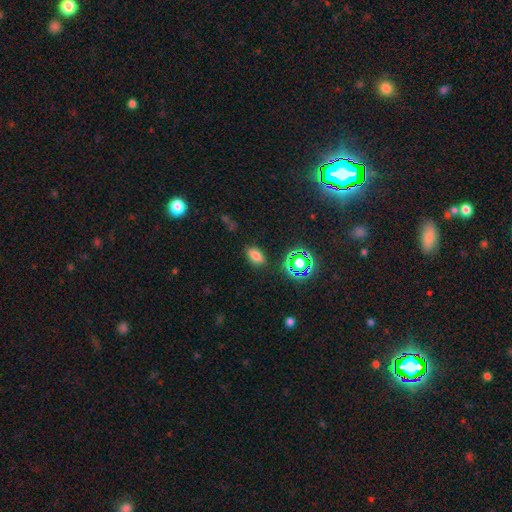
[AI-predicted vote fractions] The model was most divided on "smooth or featured": smooth: 74%, star or artifact: 19%, featured or disk: 7%. More confident: how rounded — in between (88%); merging — none (85%).